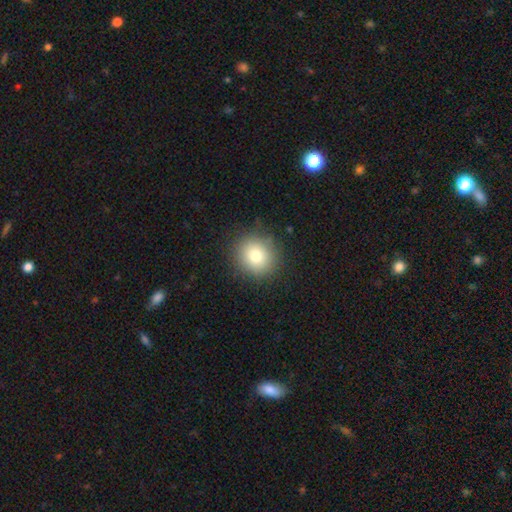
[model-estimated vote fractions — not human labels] This is likely a smooth galaxy (79%). How rounded: clearly round (88%). Merging: clearly none (88%).